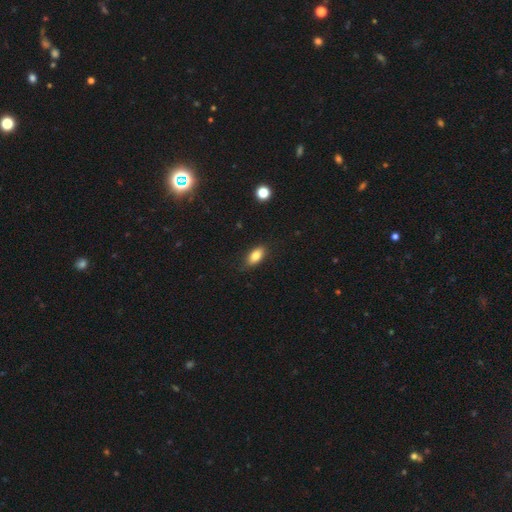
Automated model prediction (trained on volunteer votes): smooth 81%, featured or disk 10%, star or artifact 8%. Down the decision tree: how rounded — in between (87%); merging — none (82%).